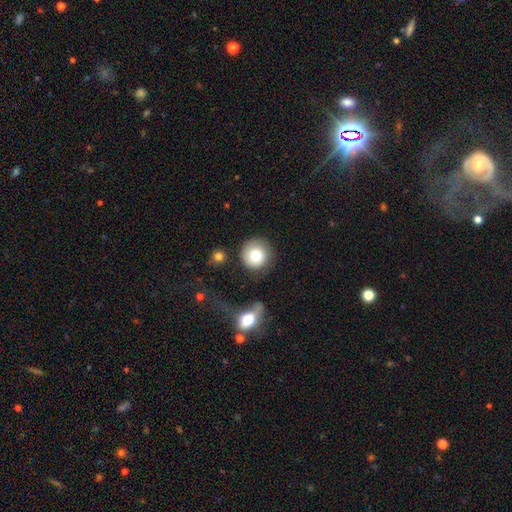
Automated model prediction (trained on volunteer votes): smooth-or-featured: smooth: 77% | featured or disk: 14% | star or artifact: 9%
  how-rounded: round: 94% | in between: 5% | cigar-shaped: 1%
  merging: none: 78% | minor disturbance: 12% | major disturbance: 5% | merger: 5%